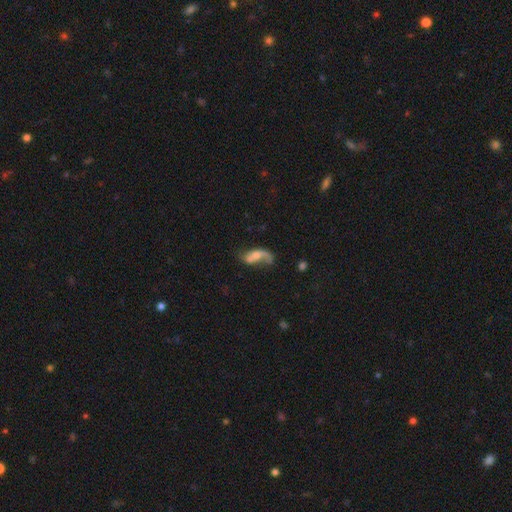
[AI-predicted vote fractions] smooth-or-featured: featured or disk: 63% | smooth: 29% | star or artifact: 8%
  disk-edge-on: no: 92% | yes: 8%
    bar: no: 57% | weak: 33% | strong: 10%
    has-spiral-arms: yes: 80% | no: 20%
    bulge-size: moderate: 36% | small: 35% | none: 19% | large: 7% | dominant: 2%
  merging: none: 34% | major disturbance: 32% | minor disturbance: 20% | merger: 15%